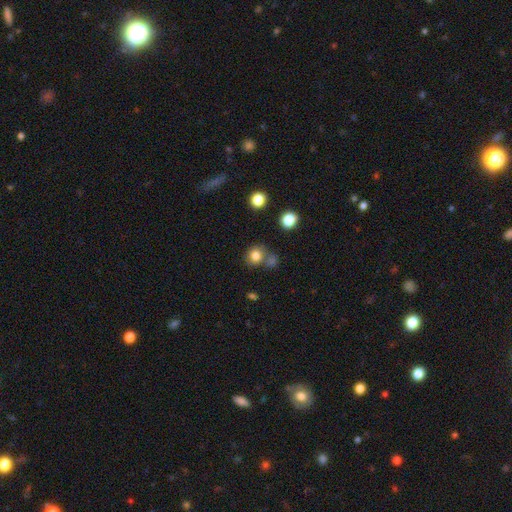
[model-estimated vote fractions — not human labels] The model was most divided on "merging": none: 62%, merger: 21%, minor disturbance: 12%, major disturbance: 5%. More confident: smooth or featured — smooth (81%); how rounded — round (80%).